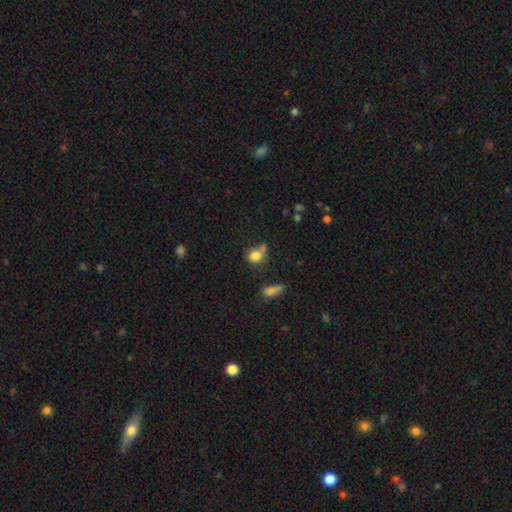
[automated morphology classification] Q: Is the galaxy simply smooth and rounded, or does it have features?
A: smooth — 81%.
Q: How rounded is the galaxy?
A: round — 74%.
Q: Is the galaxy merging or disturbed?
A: none — 47%.